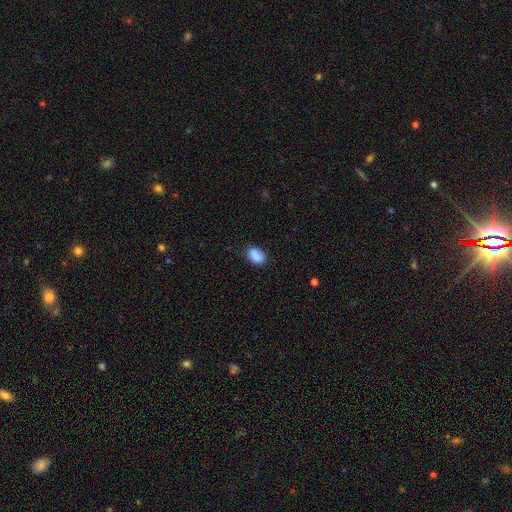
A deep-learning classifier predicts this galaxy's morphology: Smooth or featured?
  - smooth: 86% *
  - star or artifact: 8%
  - featured or disk: 6%
How rounded?
  - in between: 85% *
  - round: 13%
  - cigar-shaped: 2%
Merging?
  - none: 77% *
  - minor disturbance: 17%
  - major disturbance: 4%
  - merger: 2%